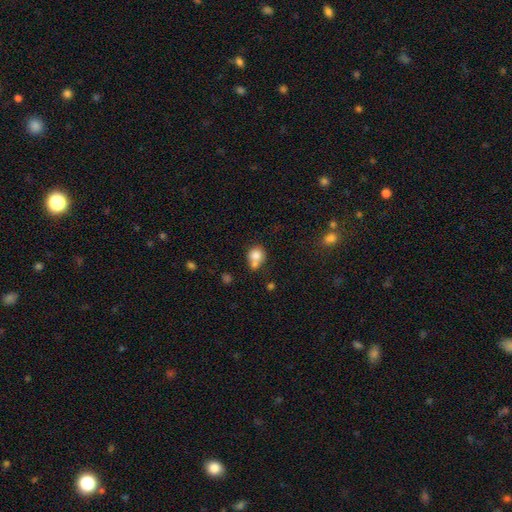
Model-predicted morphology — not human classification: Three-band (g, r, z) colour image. It shows a smooth galaxy with no disk features (79%) that is round (72%). Merging: merger (45%).